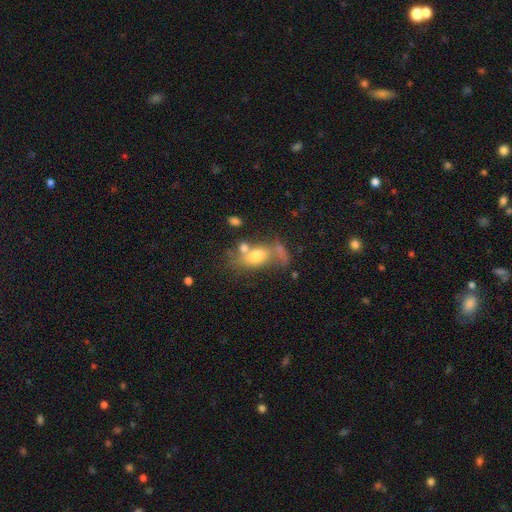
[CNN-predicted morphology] Overall: smooth (57%; featured or disk 32%). How rounded: in between (76%). Merging: none (33%; merger 31%).